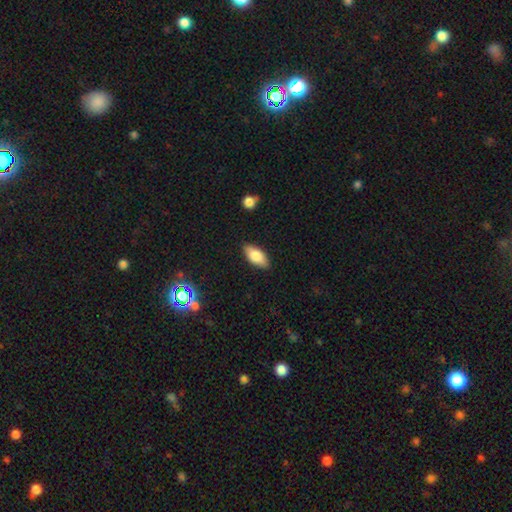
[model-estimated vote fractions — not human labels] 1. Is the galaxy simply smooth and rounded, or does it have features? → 79% smooth, 14% featured or disk, 7% star or artifact.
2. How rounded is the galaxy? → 89% in between, 8% cigar-shaped, 3% round.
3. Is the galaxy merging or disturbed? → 86% none, 11% minor disturbance, 2% major disturbance, 1% merger.